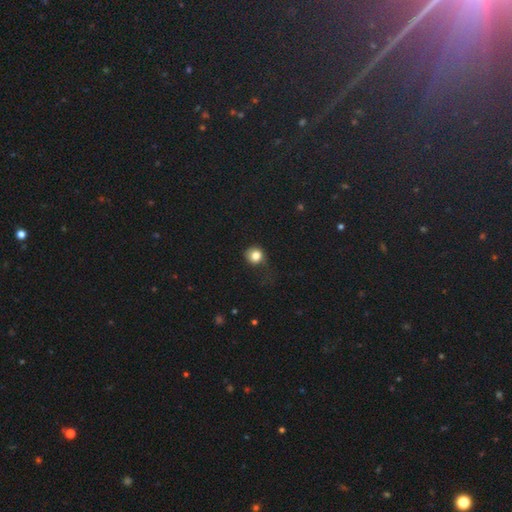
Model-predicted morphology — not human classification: smooth-or-featured: smooth: 81% | star or artifact: 11% | featured or disk: 8%
  how-rounded: round: 84% | in between: 15% | cigar-shaped: 1%
  merging: none: 55% | minor disturbance: 25% | major disturbance: 18% | merger: 2%